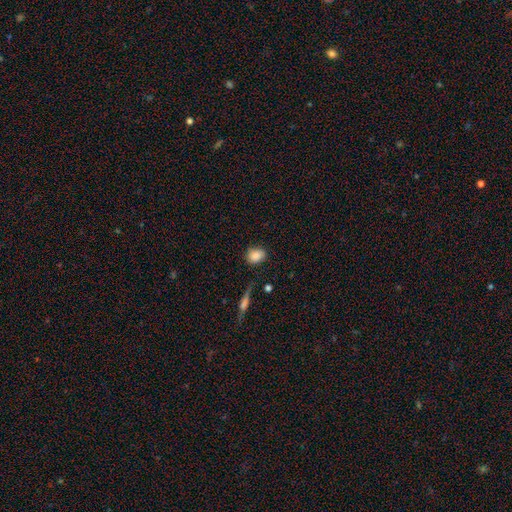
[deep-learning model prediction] Smooth or featured? smooth (86%)
How rounded? in between (56%)
Merging? none (77%)